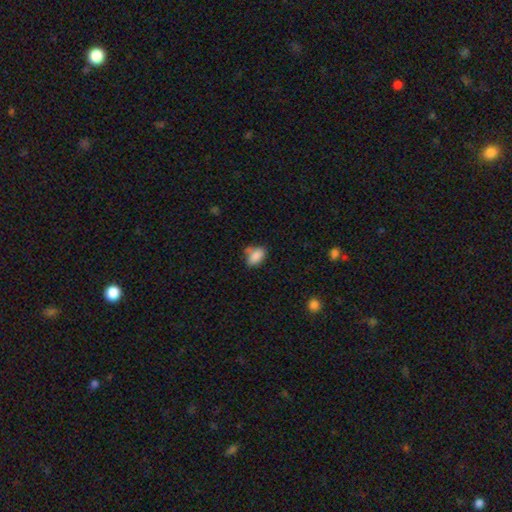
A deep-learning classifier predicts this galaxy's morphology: Smooth or featured: smooth — 85% (star or artifact — 9%)
How rounded: in between — 89% (round — 8%)
Merging: none — 55% (minor disturbance — 25%)